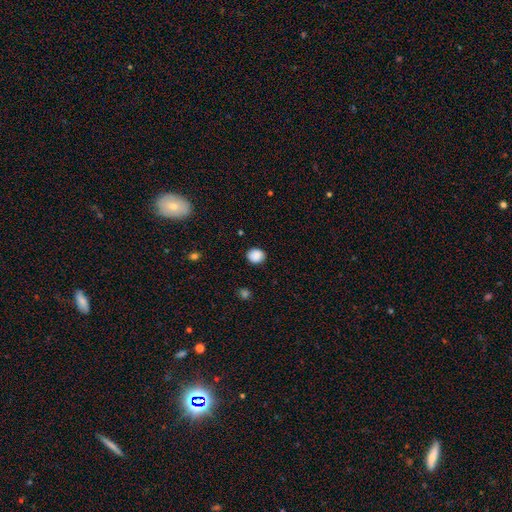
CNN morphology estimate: Smooth or featured? smooth (88%)
How rounded? round (76%)
Merging? none (87%)